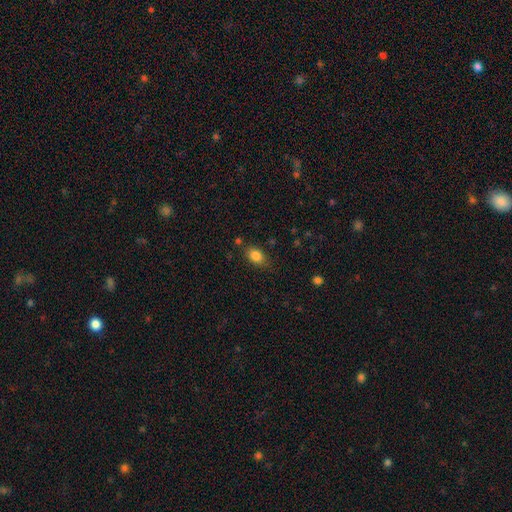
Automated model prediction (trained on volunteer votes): A smooth galaxy with no disk features (84%) that is in between round and cigar-shaped (79%).

Vote fractions:
- Smooth or featured? smooth: 84% / star or artifact: 9% / featured or disk: 7%
- How rounded? in between: 79% / round: 19% / cigar-shaped: 2%
- Merging? none: 75% / minor disturbance: 17% / major disturbance: 4% / merger: 4%